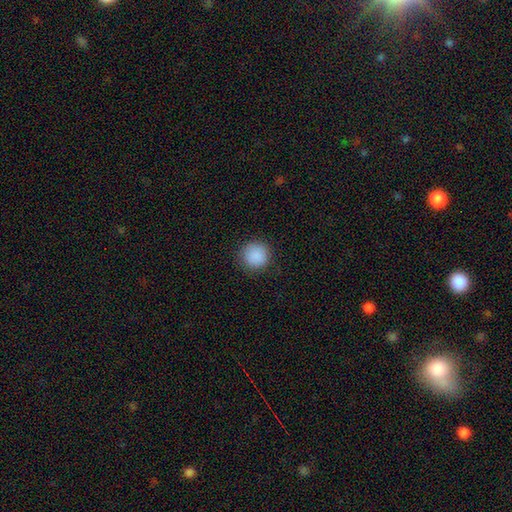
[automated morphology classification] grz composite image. It shows a smooth galaxy with no disk features (88%) that is round (94%). Merging: none (89%).